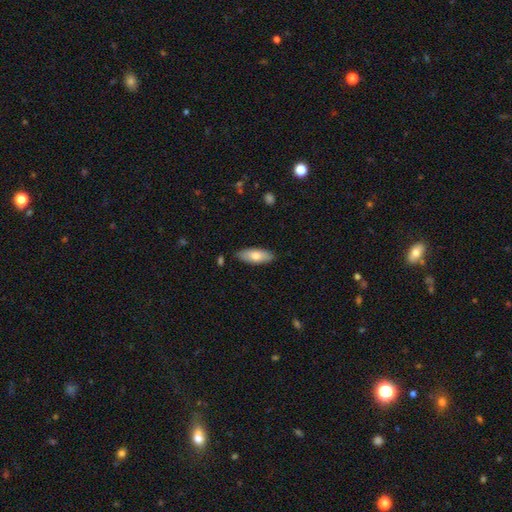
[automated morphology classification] Smooth or featured: smooth — 75% (featured or disk — 19%)
How rounded: in between — 73% (cigar-shaped — 25%)
Merging: none — 85% (minor disturbance — 11%)